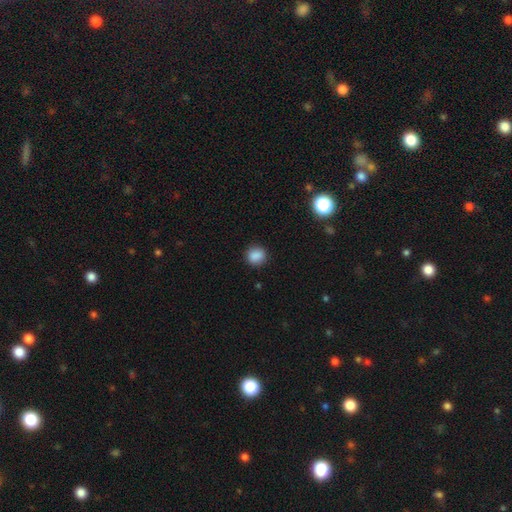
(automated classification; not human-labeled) A smooth galaxy with no disk features (87%) that is round (80%). Merging: none (87%).